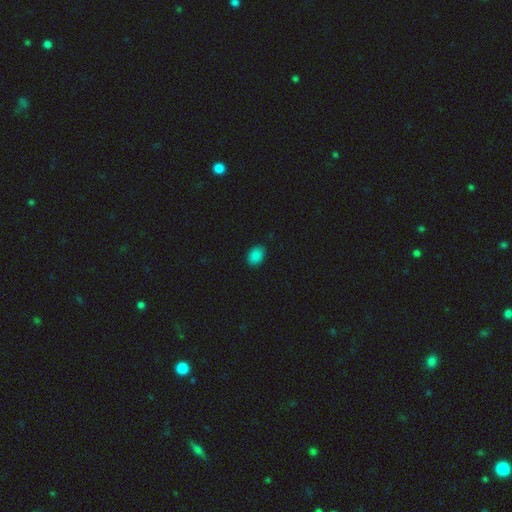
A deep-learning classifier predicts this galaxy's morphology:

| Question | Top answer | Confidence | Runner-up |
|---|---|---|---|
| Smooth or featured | smooth | 86% | star or artifact (11%) |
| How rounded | in between | 77% | round (22%) |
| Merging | none | 86% | minor disturbance (10%) |